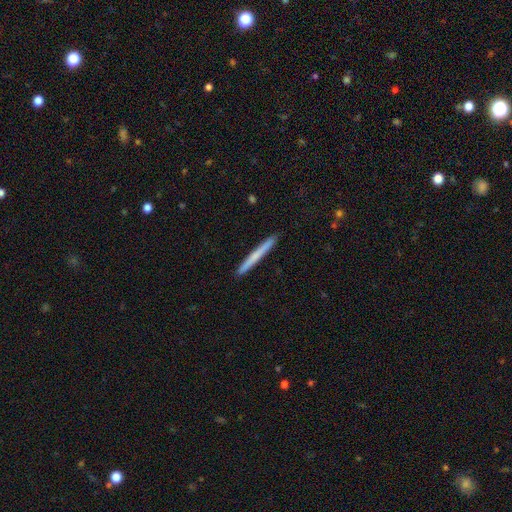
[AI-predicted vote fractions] Overall: smooth (63%; featured or disk 32%). How rounded: cigar-shaped (97%). Merging: none (93%).